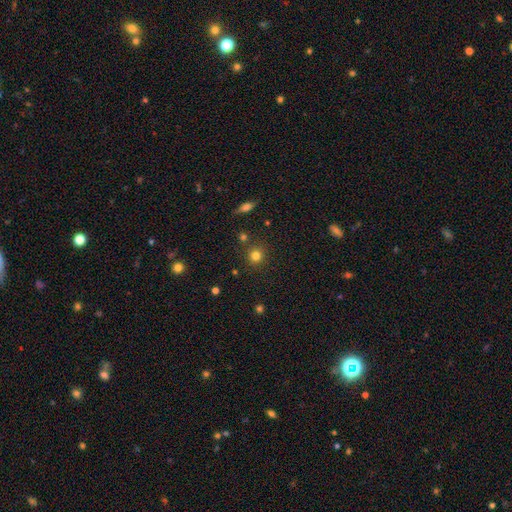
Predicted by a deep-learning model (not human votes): Smooth or featured: smooth — 80% (star or artifact — 14%)
How rounded: round — 90% (in between — 9%)
Merging: none — 83% (minor disturbance — 8%)